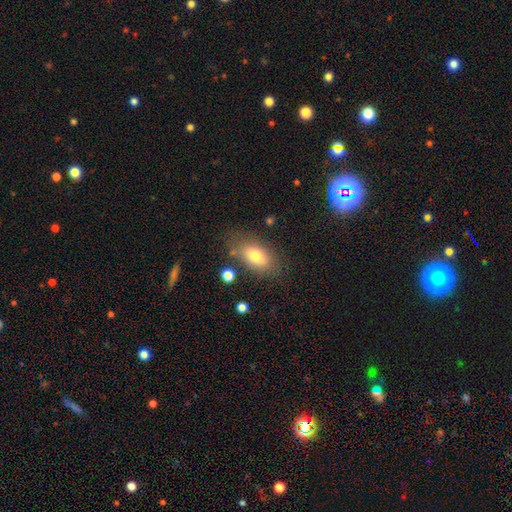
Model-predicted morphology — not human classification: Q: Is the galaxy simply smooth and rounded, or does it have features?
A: smooth — 76%.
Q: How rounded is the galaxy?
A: in between — 88%.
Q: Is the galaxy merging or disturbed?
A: none — 73%.